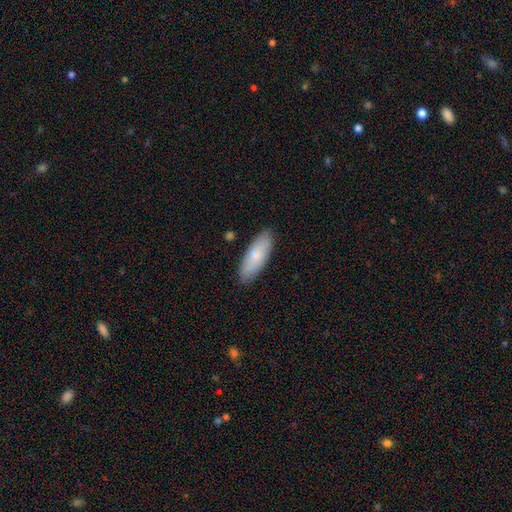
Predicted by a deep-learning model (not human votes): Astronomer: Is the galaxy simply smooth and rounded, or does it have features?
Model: smooth — 79%.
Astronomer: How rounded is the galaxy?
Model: in between — 69%.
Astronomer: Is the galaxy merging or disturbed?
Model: none — 87%.